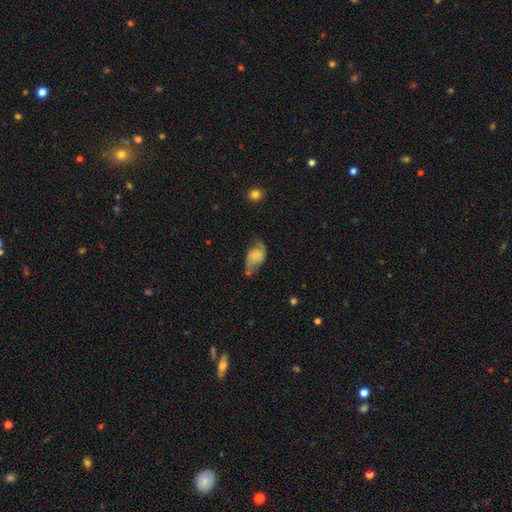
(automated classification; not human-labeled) Morphology: type=featured or disk (51%); edge-on=no (96%); merging=none (42%).